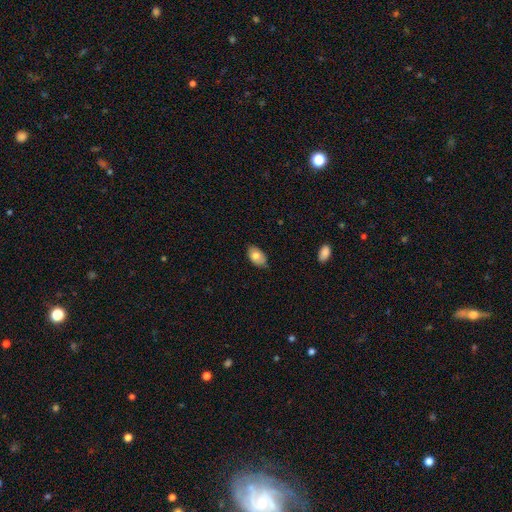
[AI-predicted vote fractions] Smooth or featured? Predicted: smooth (p=0.77). How rounded? Predicted: in between (p=0.92). Merging? Predicted: none (p=0.76).